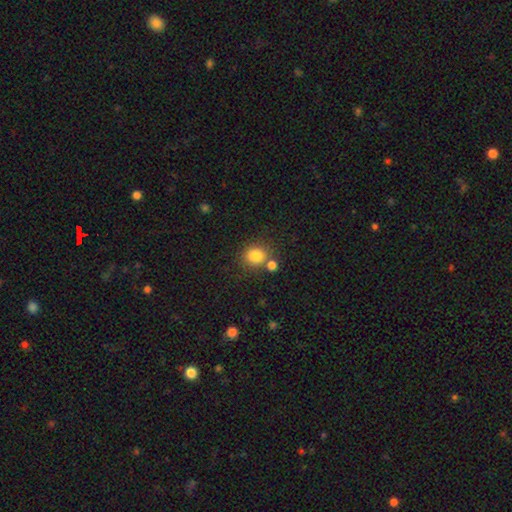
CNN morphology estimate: Smooth or featured? smooth (83%)
How rounded? round (73%)
Merging? none (70%)